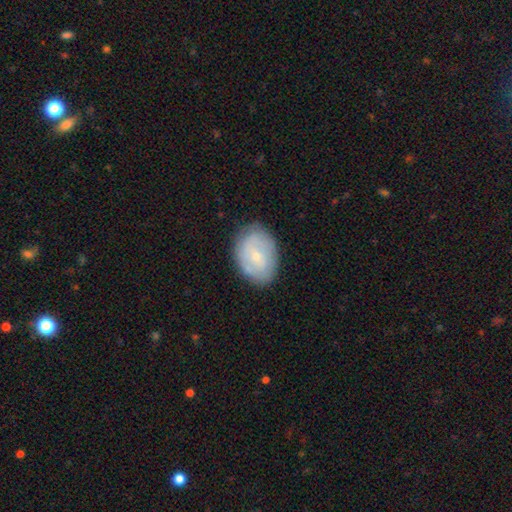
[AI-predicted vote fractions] Q: Smooth or featured?
A: smooth (51%); runner-up: featured or disk (42%)
Q: How rounded?
A: in between (77%); runner-up: round (22%)
Q: Merging?
A: none (78%); runner-up: minor disturbance (17%)